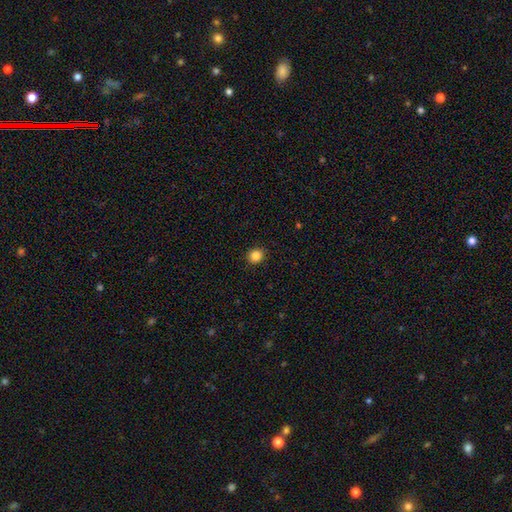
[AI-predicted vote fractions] Smooth or featured?
  - smooth: 84% *
  - star or artifact: 11%
  - featured or disk: 5%
How rounded?
  - round: 79% *
  - in between: 20%
  - cigar-shaped: 1%
Merging?
  - none: 91% *
  - minor disturbance: 6%
  - major disturbance: 2%
  - merger: 1%